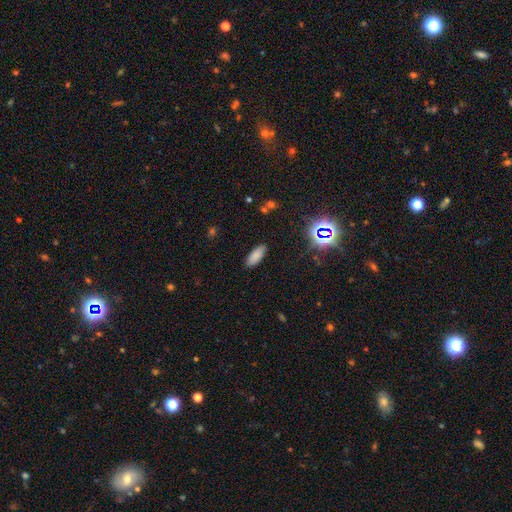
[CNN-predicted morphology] type=smooth (82%); roundness=in between (78%); merging=none (88%).